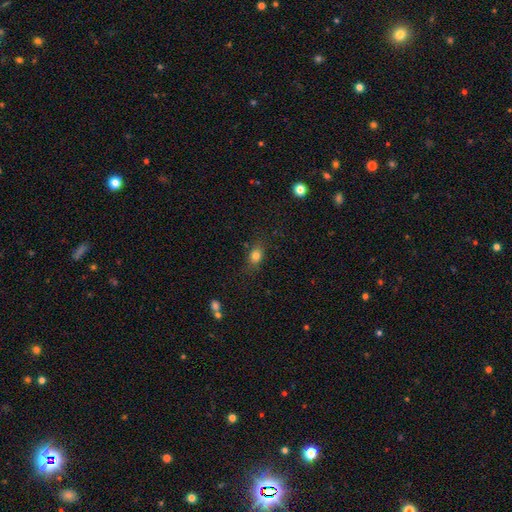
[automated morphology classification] The model was most divided on "how rounded": in between: 63%, round: 33%, cigar-shaped: 4%. More confident: smooth or featured — smooth (80%); merging — none (78%).